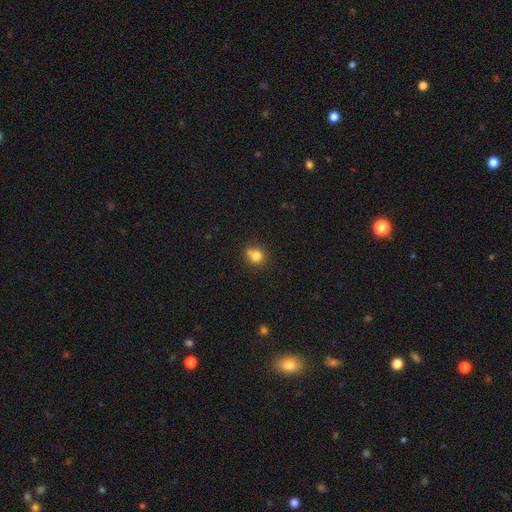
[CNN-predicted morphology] This appears to be a smooth galaxy with no disk features (78%) that is round (84%). Merging: none (57%).